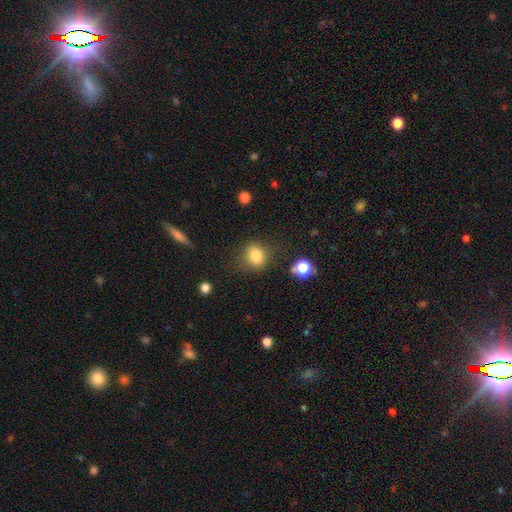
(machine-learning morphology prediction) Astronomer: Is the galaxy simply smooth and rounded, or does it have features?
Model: smooth — 81%.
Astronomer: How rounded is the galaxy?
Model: round — 59% (runner-up: in between, 40%).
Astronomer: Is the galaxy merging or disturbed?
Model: none — 79%.